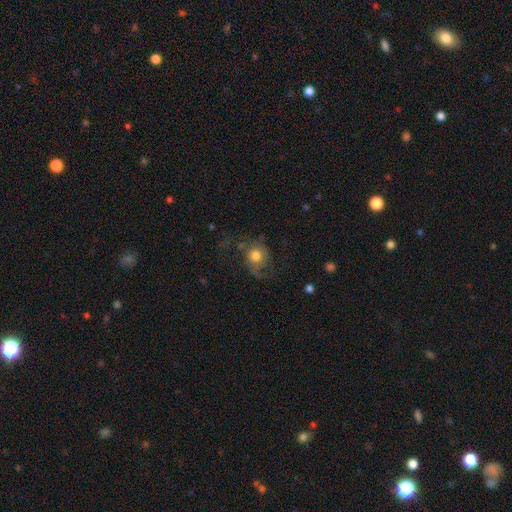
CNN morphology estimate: A smooth galaxy with no disk features (45%, tied with featured or disk).

Vote fractions:
- Smooth or featured? smooth: 45% (tied) / featured or disk: 45% (tied) / star or artifact: 10%
- Merging? none: 50% / major disturbance: 28% / minor disturbance: 20% / merger: 2%